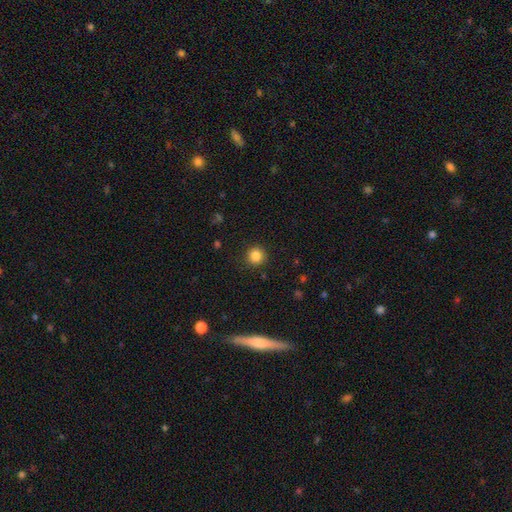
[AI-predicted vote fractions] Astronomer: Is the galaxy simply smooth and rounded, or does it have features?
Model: smooth — 84%.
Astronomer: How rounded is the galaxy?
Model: round — 93%.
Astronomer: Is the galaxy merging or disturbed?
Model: none — 90%.